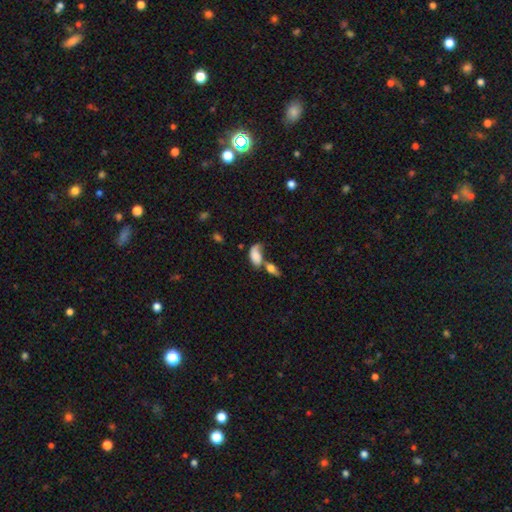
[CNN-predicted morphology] smooth_or_featured: smooth (p=0.65) [alt: featured or disk p=0.26]
how_rounded: in between (p=0.88) [alt: round p=0.08]
merging: merger (p=0.49) [alt: none p=0.20]